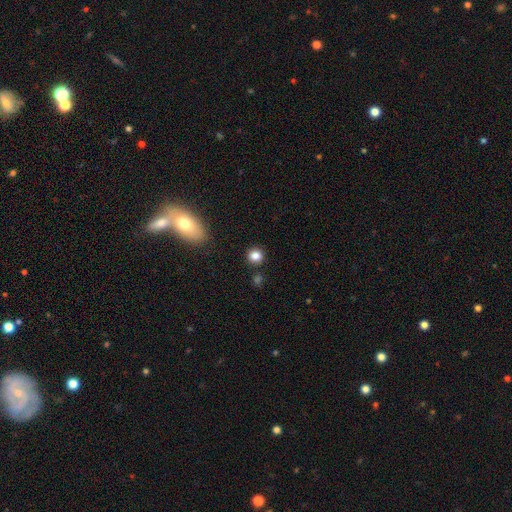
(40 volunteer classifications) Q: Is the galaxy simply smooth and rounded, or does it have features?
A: smooth — 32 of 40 (80%).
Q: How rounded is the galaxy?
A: round — 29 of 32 (91%).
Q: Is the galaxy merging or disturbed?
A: none — 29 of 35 (83%).